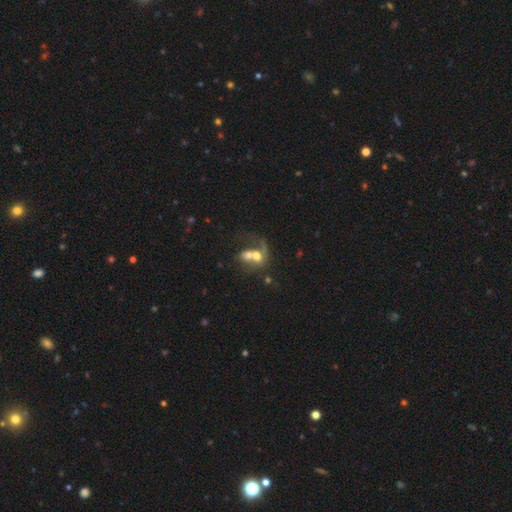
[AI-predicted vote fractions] This is possibly a smooth galaxy (49%). Merging: likely merger (72%).